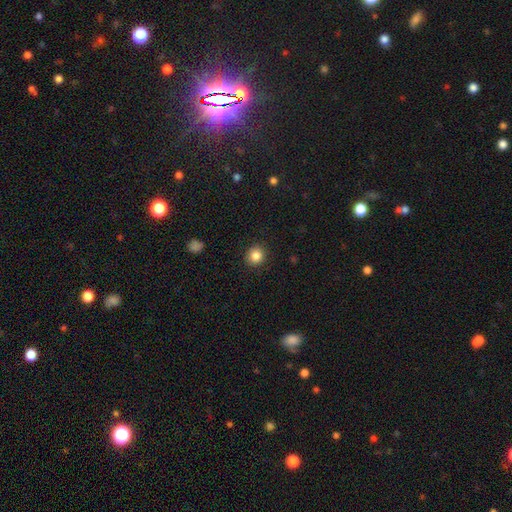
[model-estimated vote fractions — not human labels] Smooth or featured?
  - smooth: 85% *
  - star or artifact: 10%
  - featured or disk: 5%
How rounded?
  - round: 88% *
  - in between: 11%
  - cigar-shaped: 1%
Merging?
  - none: 91% *
  - minor disturbance: 6%
  - major disturbance: 2%
  - merger: 1%